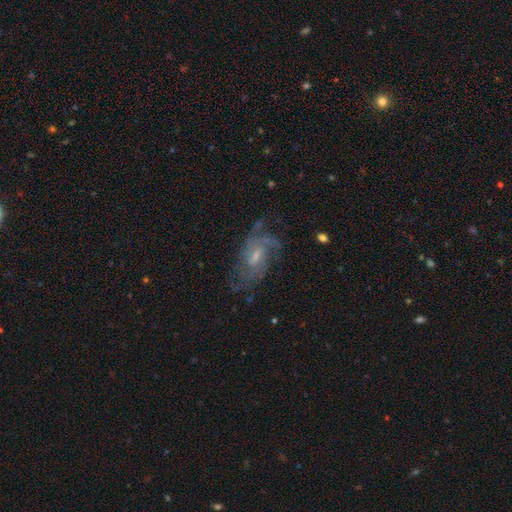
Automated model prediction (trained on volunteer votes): Smooth or featured? Predicted: featured or disk (p=0.81). Edge-on disk? Predicted: no (p=0.96). Bar? Predicted: weak (p=0.49). Spiral arms? Predicted: yes (p=0.93). Spiral winding? Predicted: medium (p=0.45). Spiral arm count? Predicted: can't tell (p=0.29). Bulge size? Predicted: small (p=0.50). Merging? Predicted: none (p=0.66).